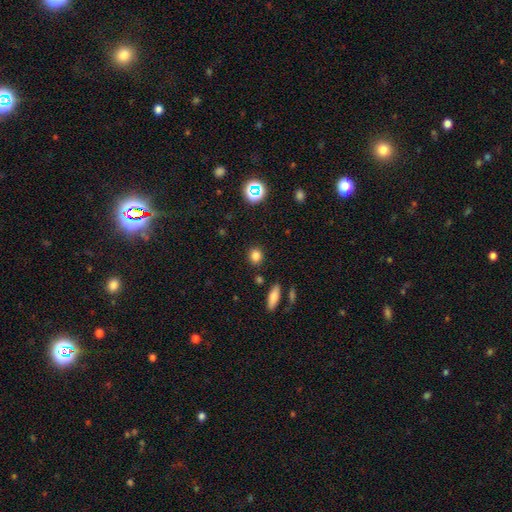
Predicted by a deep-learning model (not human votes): Q: Smooth or featured?
A: smooth (81%); runner-up: star or artifact (14%)
Q: How rounded?
A: round (76%); runner-up: in between (22%)
Q: Merging?
A: none (86%); runner-up: minor disturbance (8%)